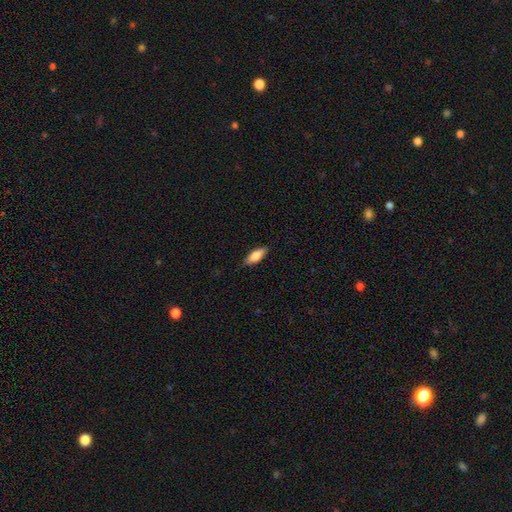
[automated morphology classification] This is likely a smooth galaxy (77%). How rounded: likely in between (68%). Merging: clearly none (85%).